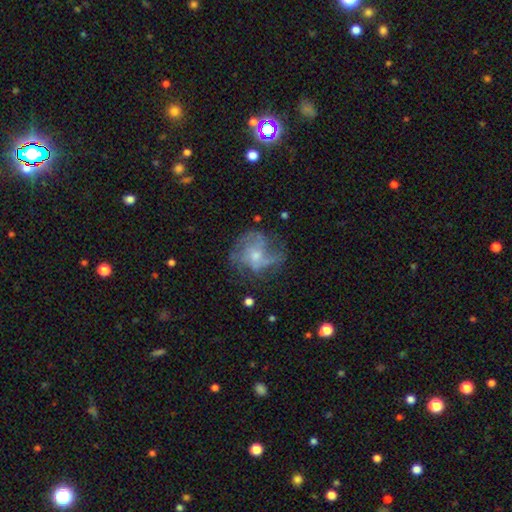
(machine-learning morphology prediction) Smooth or featured? featured or disk (67%)
Edge-on disk? no (97%)
Bar? no (73%)
Spiral arms? yes (74%)
Bulge size? small (49%)
Merging? none (53%)